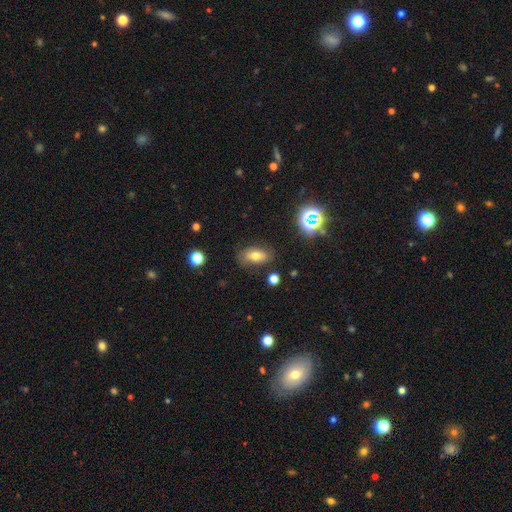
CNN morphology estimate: Smooth or featured? Predicted: smooth (p=0.66). How rounded? Predicted: in between (p=0.86). Merging? Predicted: none (p=0.79).